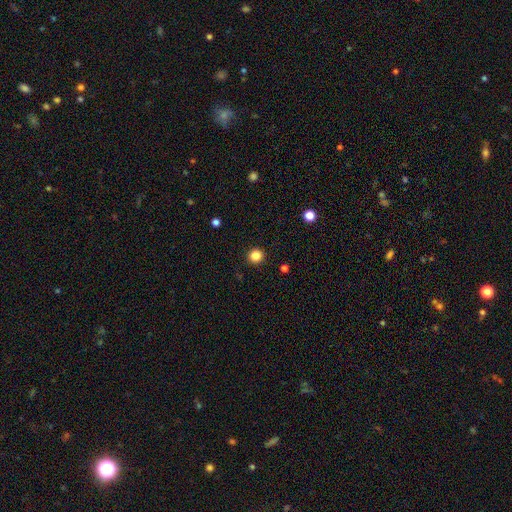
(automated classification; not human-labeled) smooth-or-featured: smooth: 84% | star or artifact: 12% | featured or disk: 4%
  how-rounded: round: 95% | in between: 4% | cigar-shaped: 1%
  merging: none: 93% | minor disturbance: 4% | major disturbance: 2% | merger: 1%